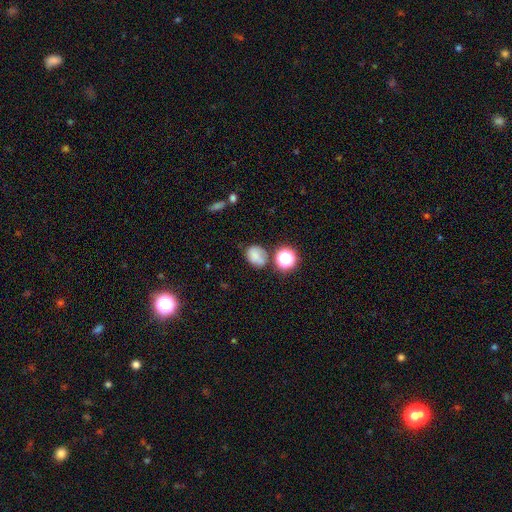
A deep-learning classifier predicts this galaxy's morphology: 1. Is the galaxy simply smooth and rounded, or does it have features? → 71% smooth, 16% star or artifact, 14% featured or disk.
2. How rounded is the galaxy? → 53% in between, 46% round, 1% cigar-shaped.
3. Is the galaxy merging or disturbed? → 54% none, 23% minor disturbance, 14% merger, 9% major disturbance.